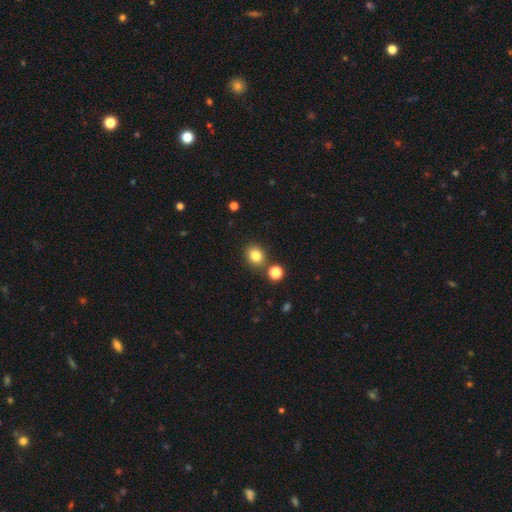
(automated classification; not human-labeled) This is clearly a smooth galaxy (82%). How rounded: likely round (72%). Merging: likely none (79%).